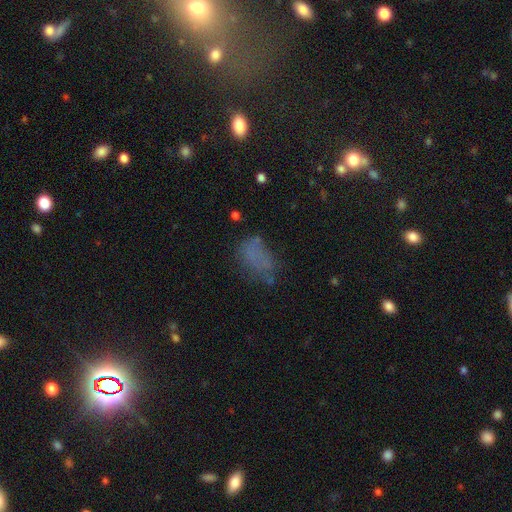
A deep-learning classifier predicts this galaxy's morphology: smooth 55%, star or artifact 24%, featured or disk 21%. Down the decision tree: how rounded — in between (84%); merging — none (44%).